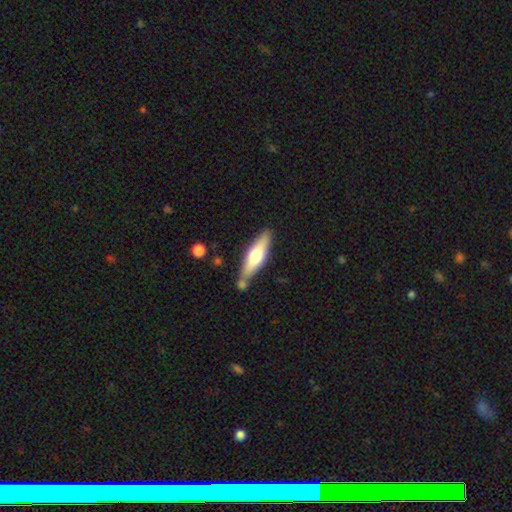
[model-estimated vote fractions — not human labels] This is possibly a smooth galaxy (55%). How rounded: likely cigar-shaped (65%). Merging: likely none (71%).